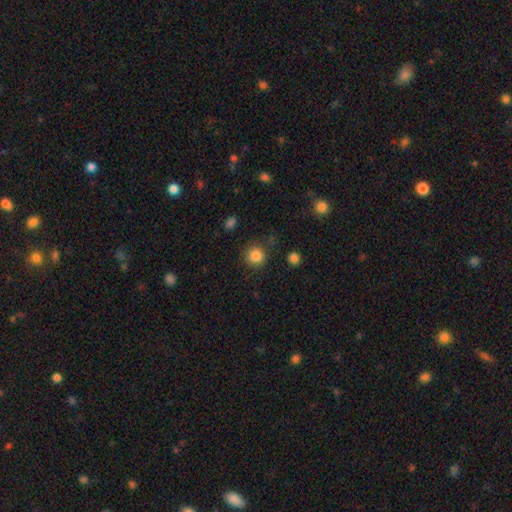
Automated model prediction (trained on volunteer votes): Smooth or featured: smooth — 85% (star or artifact — 11%)
How rounded: round — 93% (in between — 6%)
Merging: none — 86% (minor disturbance — 8%)